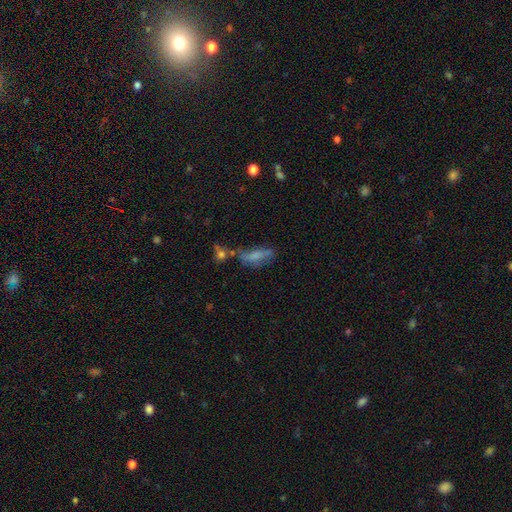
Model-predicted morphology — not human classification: Q: Smooth or featured?
A: smooth (61%); runner-up: featured or disk (27%)
Q: How rounded?
A: cigar-shaped (51%); runner-up: in between (46%)
Q: Merging?
A: none (42%); runner-up: minor disturbance (24%)